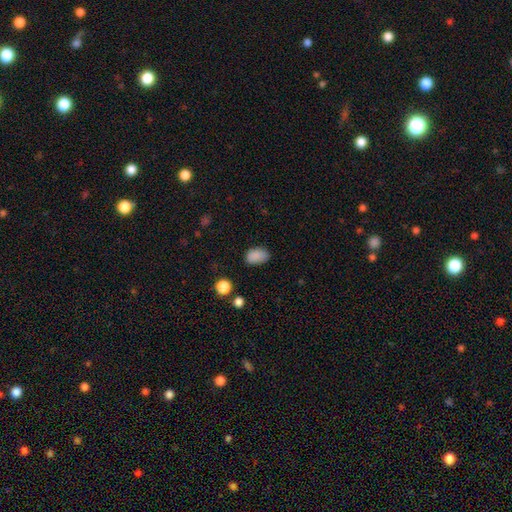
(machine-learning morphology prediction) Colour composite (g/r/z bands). It shows a smooth galaxy with no disk features (86%) that is in between round and cigar-shaped (87%). Merging: none (73%).